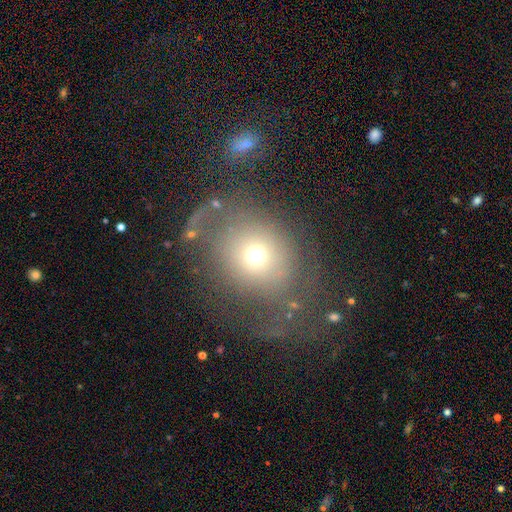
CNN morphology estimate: A smooth galaxy with no disk features (58%) that is round (70%).

Vote fractions:
- Smooth or featured? smooth: 58% / featured or disk: 27% / star or artifact: 15%
- How rounded? round: 70% / in between: 28% / cigar-shaped: 1%
- Merging? none: 40% / major disturbance: 35% / minor disturbance: 19% / merger: 5%